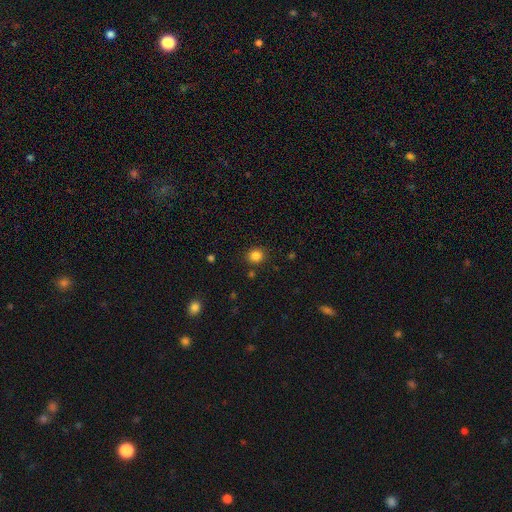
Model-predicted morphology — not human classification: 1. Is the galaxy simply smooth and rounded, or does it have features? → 84% smooth, 12% star or artifact, 4% featured or disk.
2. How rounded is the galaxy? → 79% round, 20% in between, 1% cigar-shaped.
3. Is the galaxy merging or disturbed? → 87% none, 8% minor disturbance, 3% merger, 2% major disturbance.